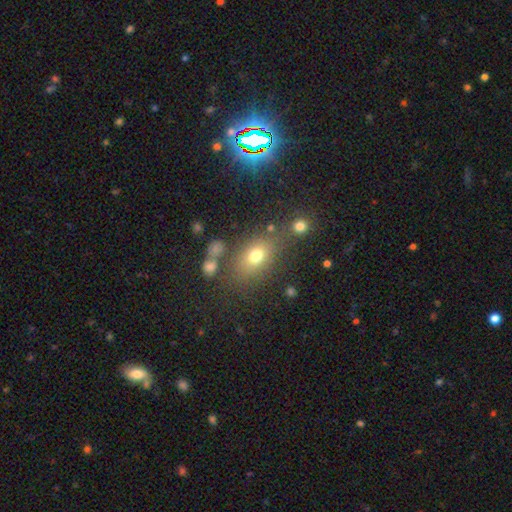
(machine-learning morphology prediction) A smooth galaxy with no disk features (71%) that is in between round and cigar-shaped (70%). Merging: none (69%).